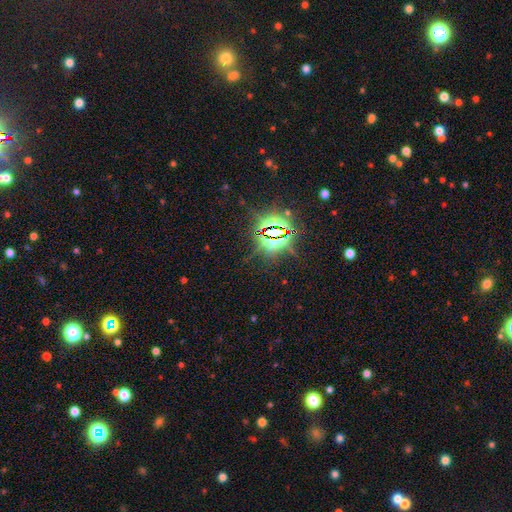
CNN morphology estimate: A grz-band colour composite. It shows a star or artifact, not a galaxy (84%).